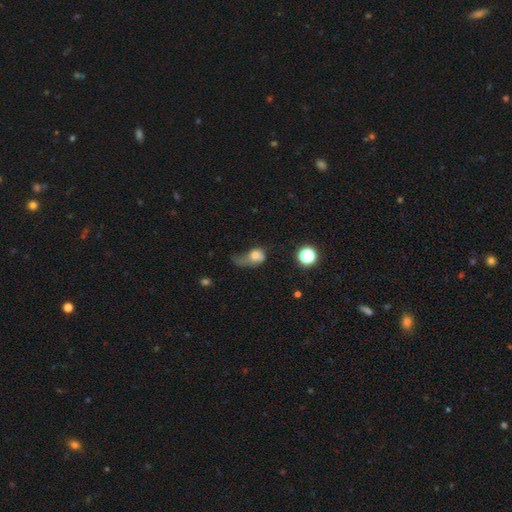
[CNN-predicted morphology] Smooth or featured?
  - smooth: 68% *
  - featured or disk: 20%
  - star or artifact: 11%
How rounded?
  - in between: 53% *
  - round: 44%
  - cigar-shaped: 2%
Merging?
  - major disturbance: 59% *
  - minor disturbance: 20%
  - none: 14%
  - merger: 7%